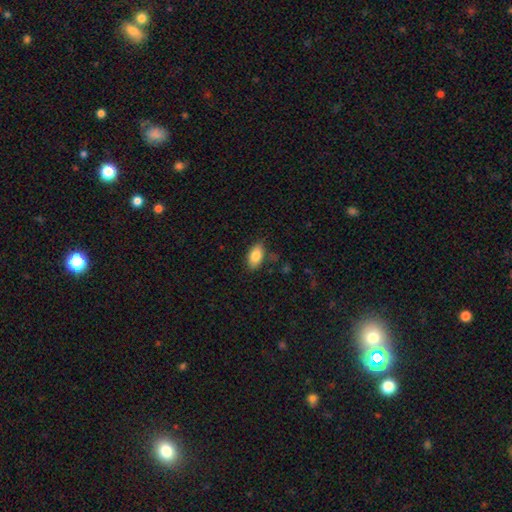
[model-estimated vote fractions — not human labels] Morphology: type=smooth (83%); roundness=in between (91%); merging=none (77%).